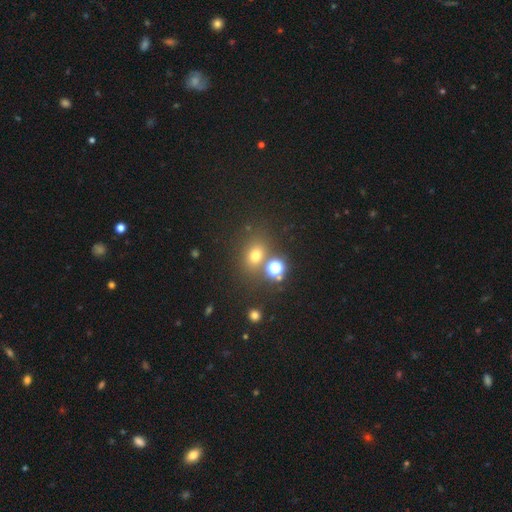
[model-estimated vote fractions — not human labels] This is likely a smooth galaxy (67%). How rounded: possibly round (60%). Merging: likely none (70%).